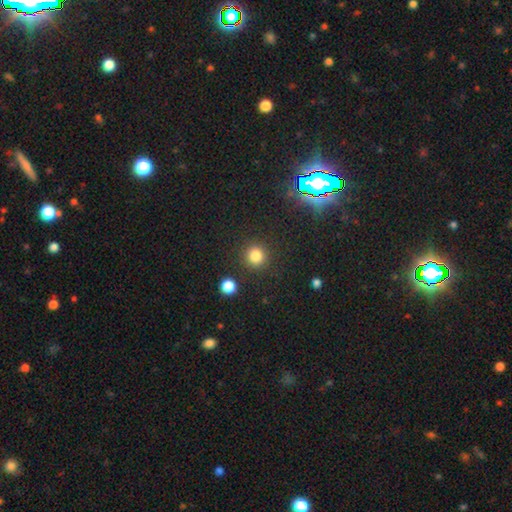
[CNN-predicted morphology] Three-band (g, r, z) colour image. It shows a smooth galaxy with no disk features (81%) that is round (93%). Merging: none (88%).